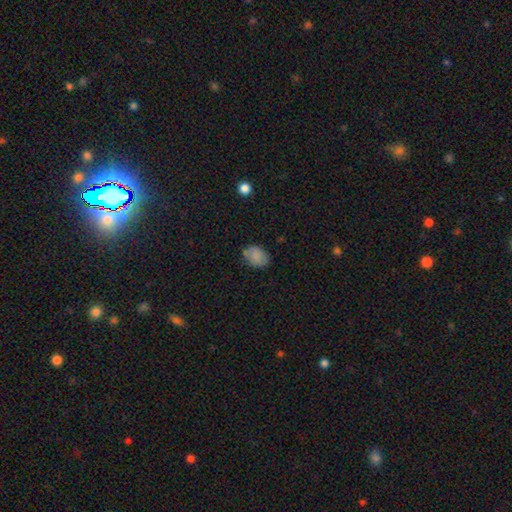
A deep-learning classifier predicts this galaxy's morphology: Smooth or featured? Predicted: smooth (p=0.82). How rounded? Predicted: in between (p=0.71). Merging? Predicted: none (p=0.72).